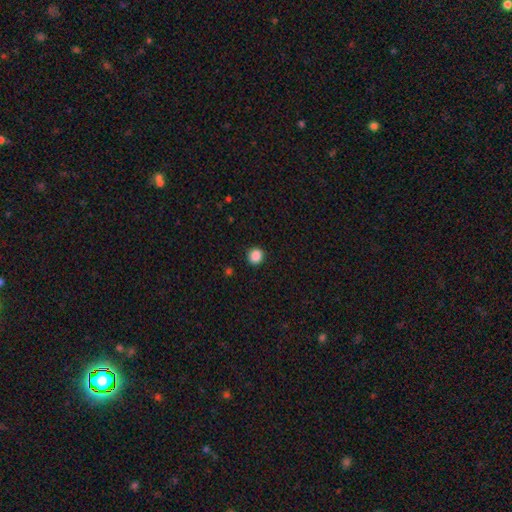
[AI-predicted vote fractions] This is clearly a smooth galaxy (87%). How rounded: clearly round (84%). Merging: clearly none (90%).